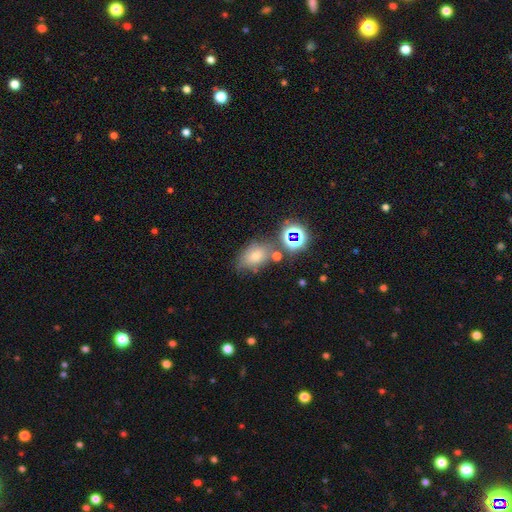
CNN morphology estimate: A smooth galaxy with no disk features (48%). Merging: none (65%).